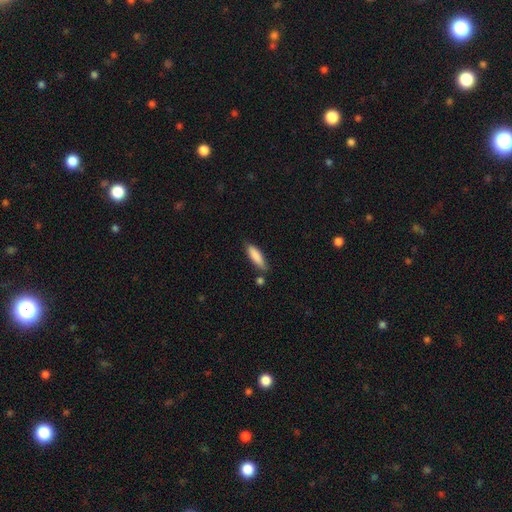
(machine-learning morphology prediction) This is clearly a smooth galaxy (85%). How rounded: possibly cigar-shaped (56%). Merging: likely none (71%).